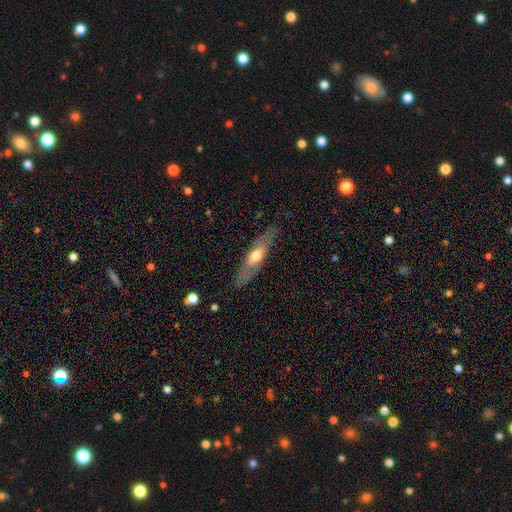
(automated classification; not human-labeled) Overall: featured or disk (52%; smooth 42%). Edge-on disk: yes (51%; no 49%). Merging: none (81%).